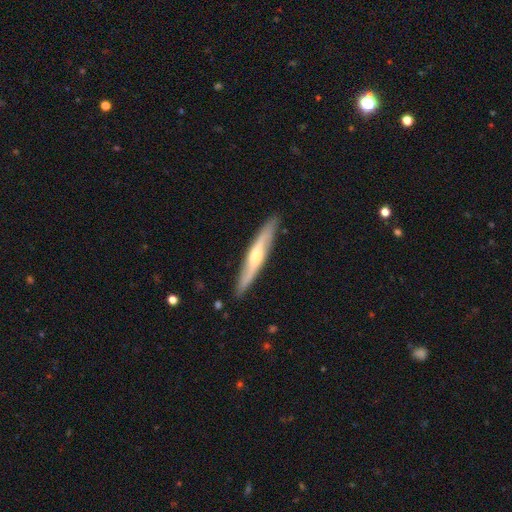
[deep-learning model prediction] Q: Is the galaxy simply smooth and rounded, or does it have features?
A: featured or disk — 62%.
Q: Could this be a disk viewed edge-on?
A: yes — 77%.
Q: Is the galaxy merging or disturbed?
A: none — 87%.